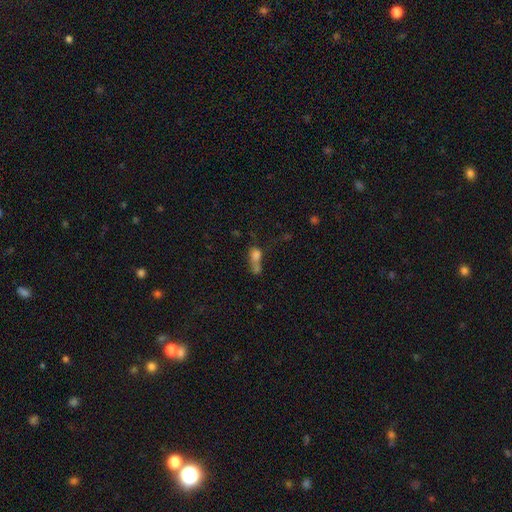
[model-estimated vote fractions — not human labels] Smooth or featured?
  - smooth: 71% *
  - featured or disk: 15%
  - star or artifact: 14%
How rounded?
  - in between: 56% *
  - round: 37%
  - cigar-shaped: 7%
Merging?
  - merger: 60% *
  - none: 20%
  - major disturbance: 10%
  - minor disturbance: 10%